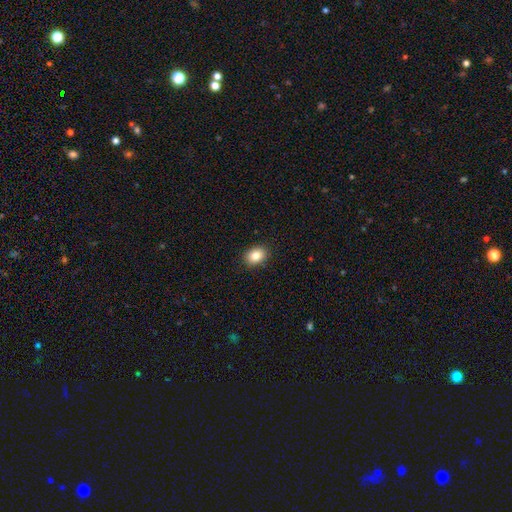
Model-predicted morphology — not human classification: This appears to be a smooth galaxy with no disk features (85%) that is in between round and cigar-shaped (65%). Merging: none (89%).